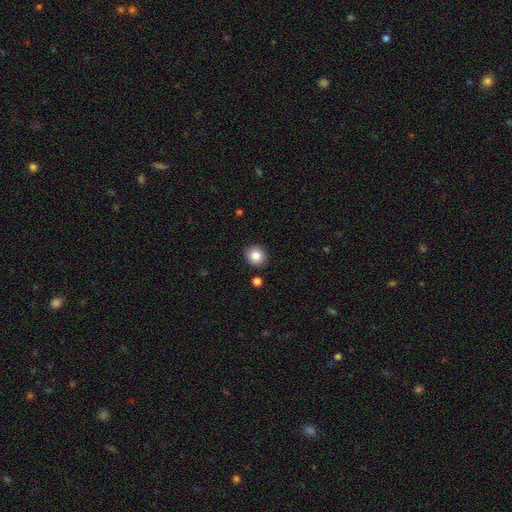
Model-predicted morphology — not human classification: smooth-or-featured: smooth: 84% | star or artifact: 10% | featured or disk: 6%
  how-rounded: round: 90% | in between: 9% | cigar-shaped: 1%
  merging: none: 90% | minor disturbance: 6% | merger: 2% | major disturbance: 2%